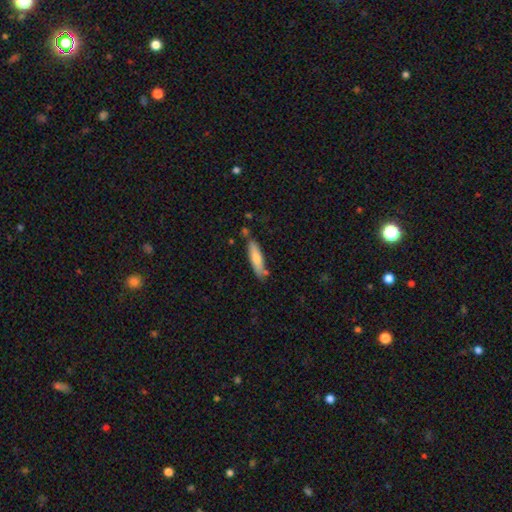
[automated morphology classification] smooth-or-featured: smooth: 71% | featured or disk: 23% | star or artifact: 6%
  how-rounded: cigar-shaped: 73% | in between: 26% | round: 2%
  merging: none: 73% | minor disturbance: 17% | merger: 7% | major disturbance: 3%